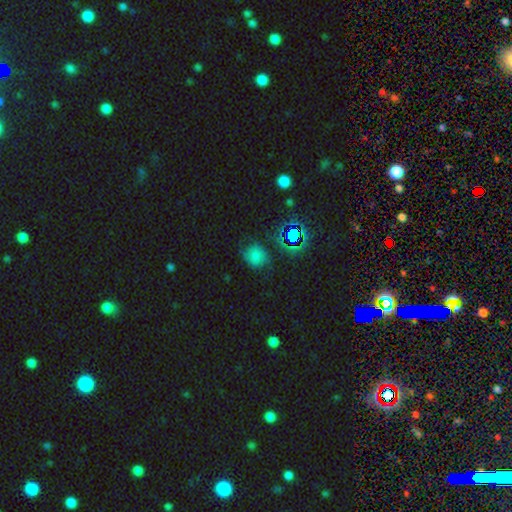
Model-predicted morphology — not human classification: A smooth galaxy with no disk features (58%) that is round (67%). Merging: none (64%).